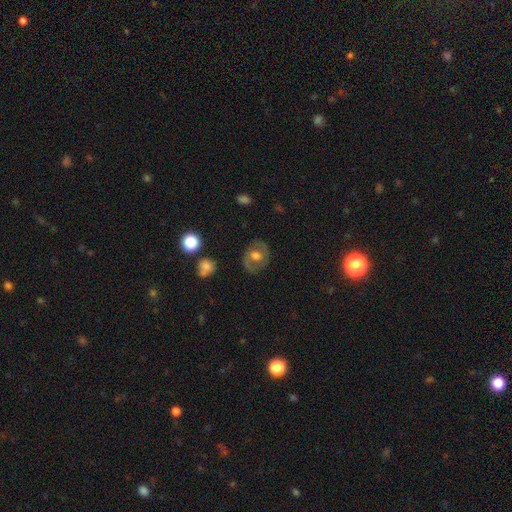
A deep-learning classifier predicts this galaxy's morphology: type=featured or disk (53%); edge-on=no (95%); bar=no (60%); spiral arms=yes (53%); bulge=moderate (66%); merging=none (79%).